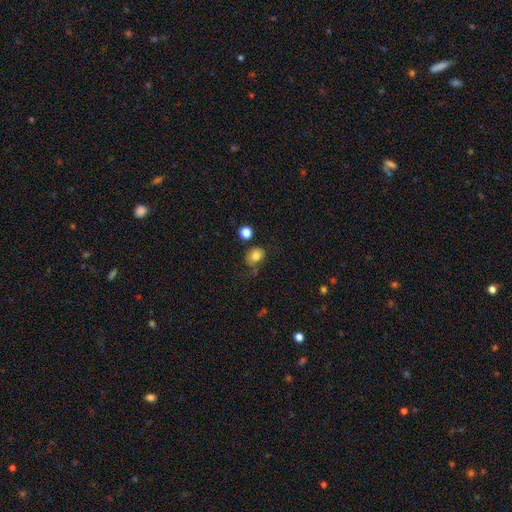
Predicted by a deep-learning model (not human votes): This appears to be a smooth galaxy with no disk features (81%) that is round (53%). Merging: none (63%).